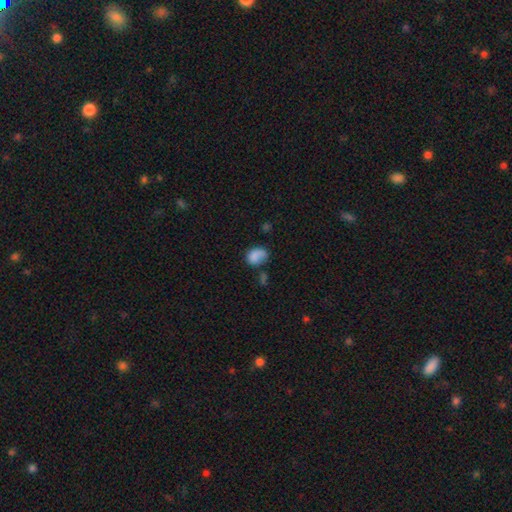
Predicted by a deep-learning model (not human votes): smooth-or-featured: smooth: 76% | featured or disk: 14% | star or artifact: 10%
  how-rounded: in between: 62% | round: 37% | cigar-shaped: 1%
  merging: none: 41% | minor disturbance: 28% | major disturbance: 19% | merger: 12%